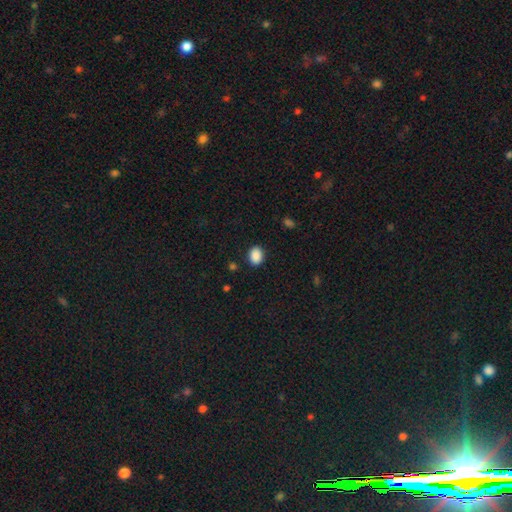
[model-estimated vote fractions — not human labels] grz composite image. It shows a smooth galaxy with no disk features (89%) that is in between round and cigar-shaped (63%). Merging: none (88%).